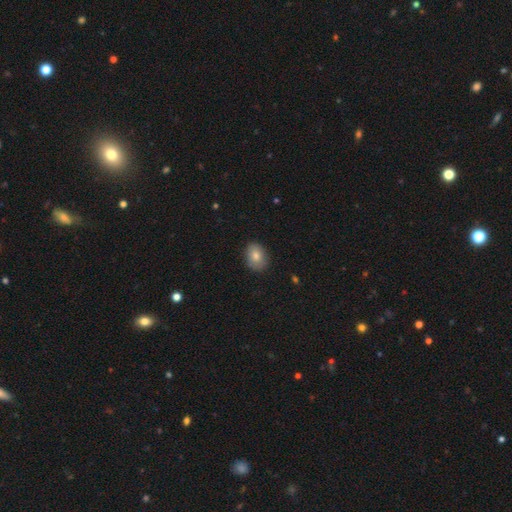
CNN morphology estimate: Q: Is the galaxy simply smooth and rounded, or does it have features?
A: smooth — 79%.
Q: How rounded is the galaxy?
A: in between — 56%.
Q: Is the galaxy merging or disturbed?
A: none — 87%.